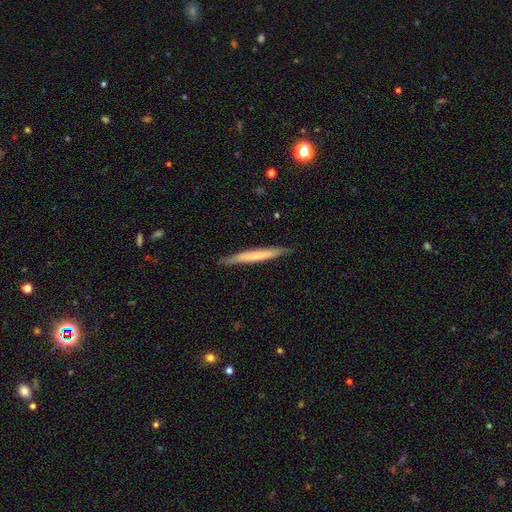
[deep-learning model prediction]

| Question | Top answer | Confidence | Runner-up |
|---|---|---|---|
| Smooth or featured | smooth | 55% | featured or disk (40%) |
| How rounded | cigar-shaped | 97% | in between (2%) |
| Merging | none | 89% | minor disturbance (8%) |